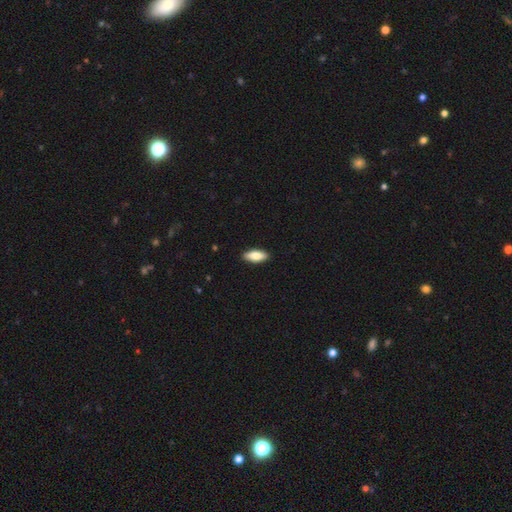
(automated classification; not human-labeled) Morphology: type=smooth (80%); roundness=in between (80%); merging=none (90%).